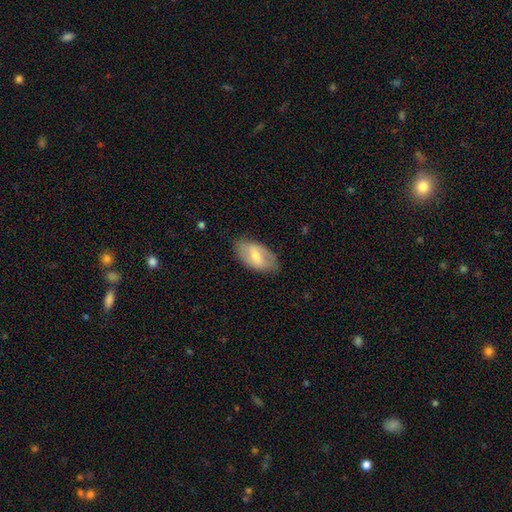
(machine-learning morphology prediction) Smooth or featured: smooth — 54% (featured or disk — 40%)
How rounded: in between — 93% (round — 4%)
Merging: none — 77% (minor disturbance — 18%)